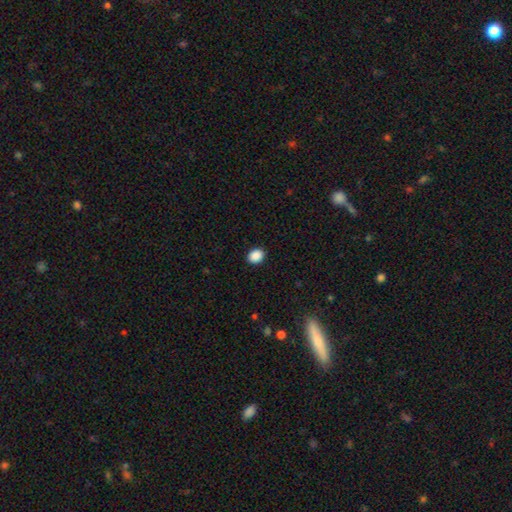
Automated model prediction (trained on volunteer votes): smooth 89%, star or artifact 8%, featured or disk 2%. Down the decision tree: how rounded — round (51%); merging — none (91%).